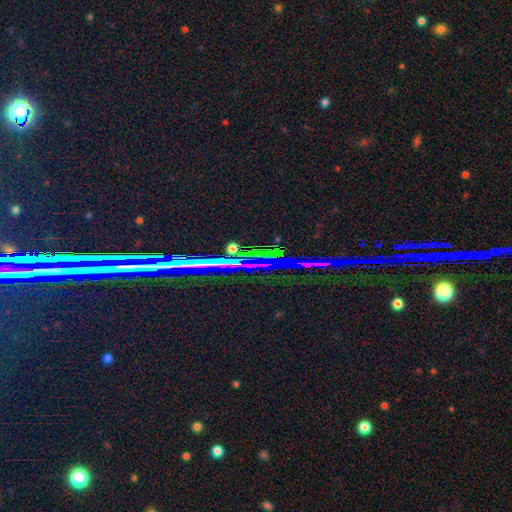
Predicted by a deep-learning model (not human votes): This appears to be a star or artifact, not a galaxy (73%).